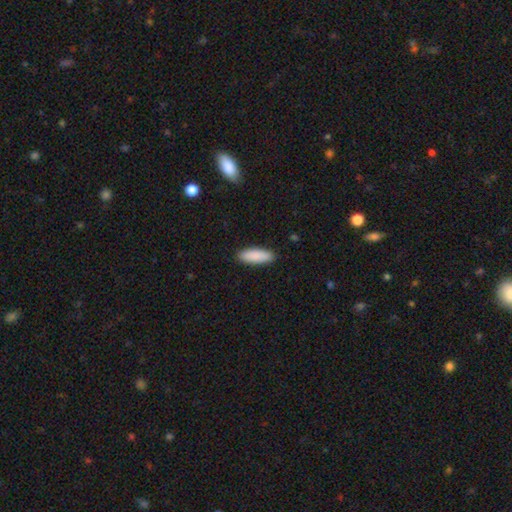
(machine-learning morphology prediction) smooth_or_featured: smooth (p=0.89) [alt: star or artifact p=0.06]
how_rounded: in between (p=0.60) [alt: cigar-shaped p=0.38]
merging: none (p=0.90) [alt: minor disturbance p=0.08]